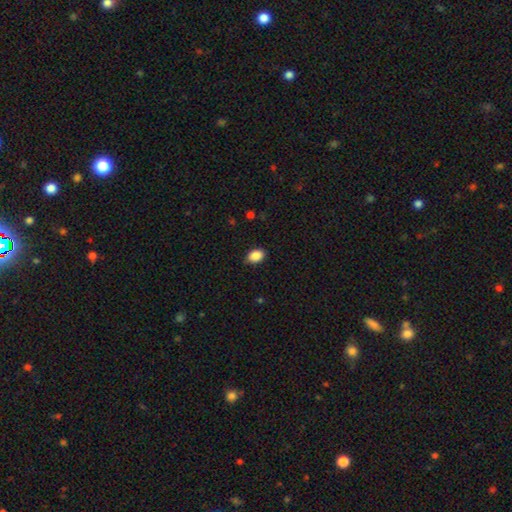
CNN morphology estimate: Smooth or featured? Predicted: smooth (p=0.88). How rounded? Predicted: in between (p=0.84). Merging? Predicted: none (p=0.83).